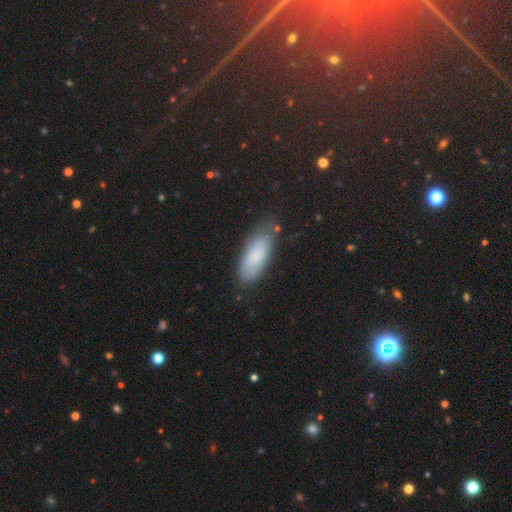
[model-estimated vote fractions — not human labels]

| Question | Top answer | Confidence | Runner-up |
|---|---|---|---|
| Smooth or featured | smooth | 78% | featured or disk (13%) |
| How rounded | in between | 73% | cigar-shaped (24%) |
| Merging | none | 78% | minor disturbance (16%) |